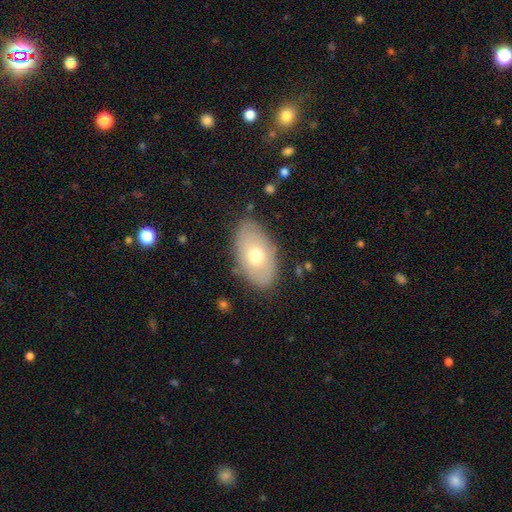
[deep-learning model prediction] Overall: smooth (62%; featured or disk 30%). How rounded: in between (91%). Merging: none (81%).